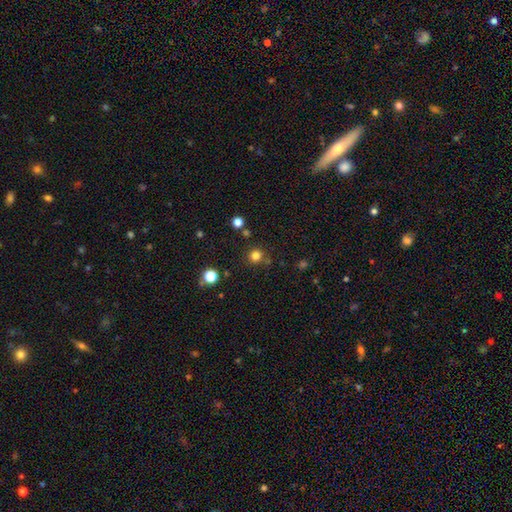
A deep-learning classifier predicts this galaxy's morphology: Overall: smooth (80%). How rounded: round (92%). Merging: none (82%).